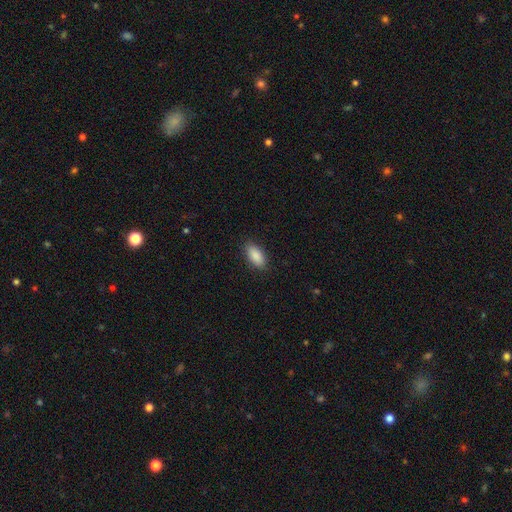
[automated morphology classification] smooth 89%, star or artifact 7%, featured or disk 4%. Down the decision tree: how rounded — in between (90%); merging — none (88%).